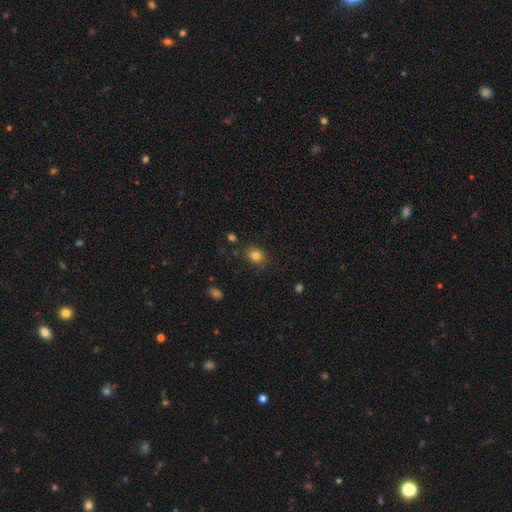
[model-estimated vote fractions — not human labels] smooth-or-featured: smooth: 82% | star or artifact: 12% | featured or disk: 7%
  how-rounded: round: 57% | in between: 42% | cigar-shaped: 1%
  merging: none: 80% | minor disturbance: 14% | major disturbance: 3% | merger: 3%